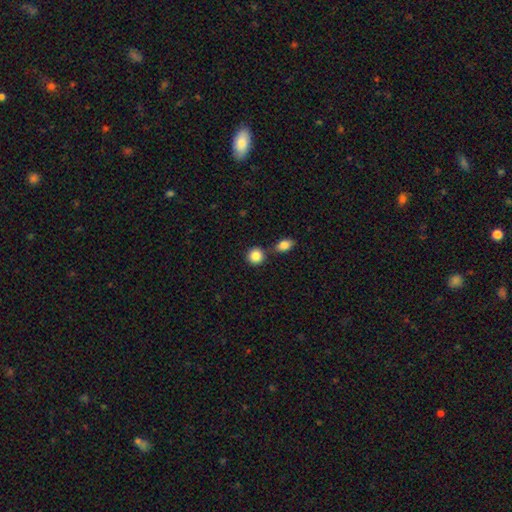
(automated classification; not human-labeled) smooth 87%, star or artifact 8%, featured or disk 5%. Down the decision tree: how rounded — round (88%); merging — none (74%).